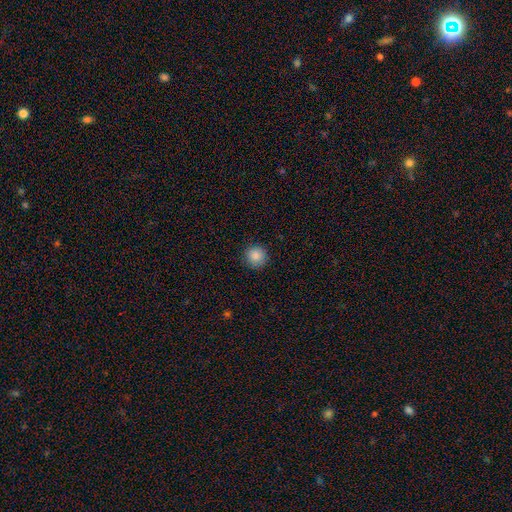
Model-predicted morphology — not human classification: Q: Smooth or featured?
A: smooth (86%); runner-up: star or artifact (9%)
Q: How rounded?
A: round (95%); runner-up: in between (4%)
Q: Merging?
A: none (90%); runner-up: minor disturbance (7%)